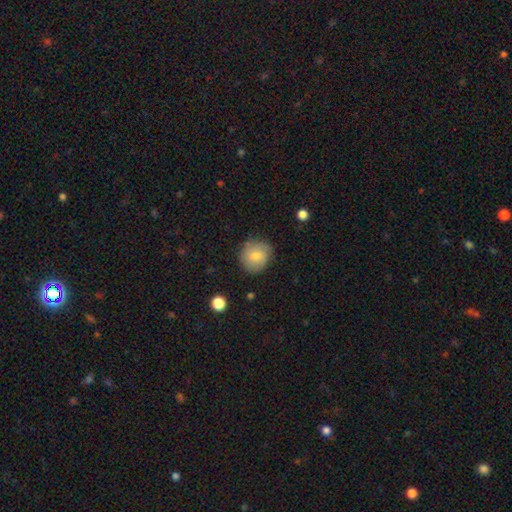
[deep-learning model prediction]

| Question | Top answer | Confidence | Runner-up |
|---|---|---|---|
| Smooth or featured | smooth | 74% | featured or disk (19%) |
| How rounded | round | 81% | in between (18%) |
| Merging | none | 74% | minor disturbance (20%) |